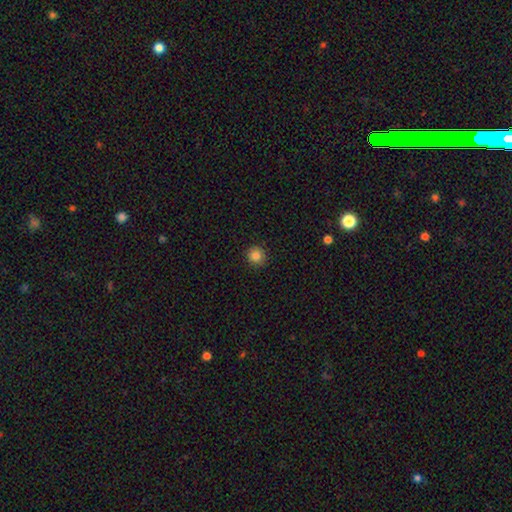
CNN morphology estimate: A smooth galaxy with no disk features (84%) that is round (94%).

Vote fractions:
- Smooth or featured? smooth: 84% / star or artifact: 11% / featured or disk: 5%
- How rounded? round: 94% / in between: 5% / cigar-shaped: 1%
- Merging? none: 91% / minor disturbance: 6% / major disturbance: 2% / merger: 1%